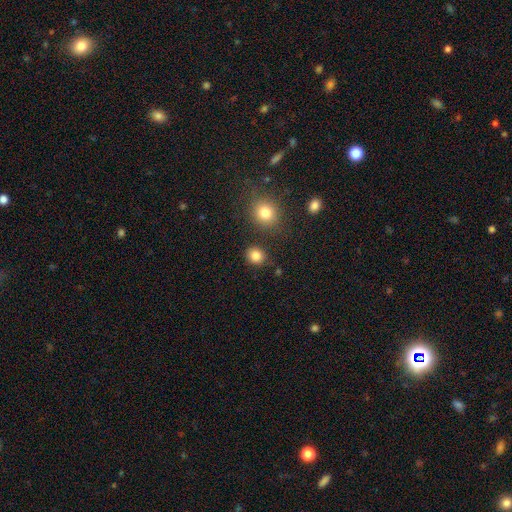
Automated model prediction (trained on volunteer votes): Smooth or featured? Predicted: smooth (p=0.84). How rounded? Predicted: round (p=0.75). Merging? Predicted: none (p=0.83).